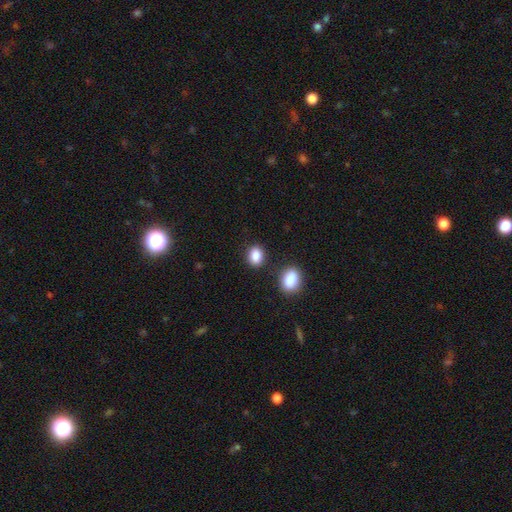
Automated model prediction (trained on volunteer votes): A smooth galaxy with no disk features (87%) that is in between round and cigar-shaped (63%).

Vote fractions:
- Smooth or featured? smooth: 87% / star or artifact: 9% / featured or disk: 4%
- How rounded? in between: 63% / round: 35% / cigar-shaped: 1%
- Merging? none: 78% / minor disturbance: 11% / merger: 8% / major disturbance: 3%